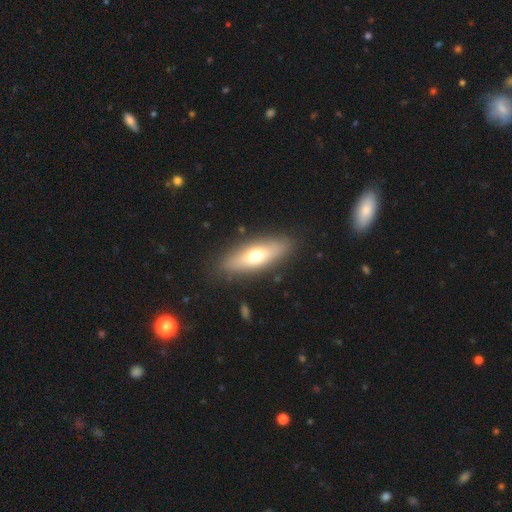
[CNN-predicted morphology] Overall: smooth (61%; featured or disk 33%). How rounded: in between (58%; cigar-shaped 39%). Merging: none (86%).